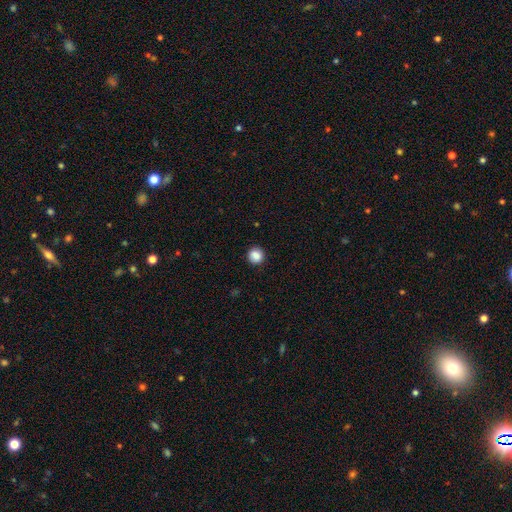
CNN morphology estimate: Overall: smooth (88%). How rounded: round (94%). Merging: none (92%).